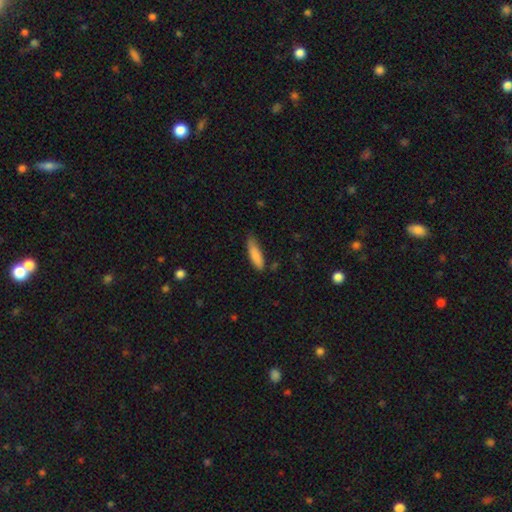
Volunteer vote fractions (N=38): smooth-or-featured: smooth: 92% | star or artifact: 5% | featured or disk: 3%
  how-rounded: cigar-shaped: 63% | in between: 37% | round: 0%
  merging: none: 56% | minor disturbance: 39% | major disturbance: 6% | merger: 0%